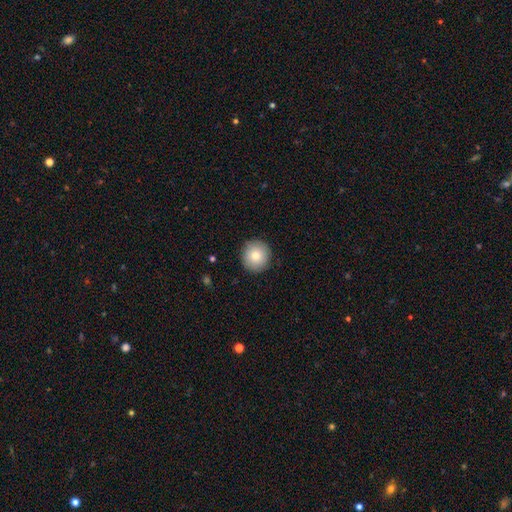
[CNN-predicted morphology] Smooth or featured? smooth (83%)
How rounded? round (95%)
Merging? none (91%)